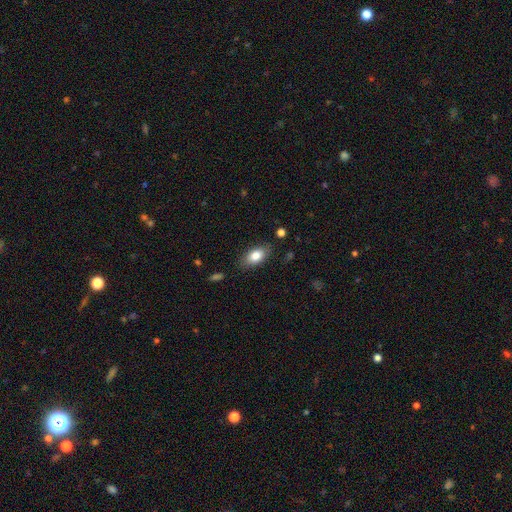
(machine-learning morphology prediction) A smooth galaxy with no disk features (82%) that is in between round and cigar-shaped (90%).

Vote fractions:
- Smooth or featured? smooth: 82% / featured or disk: 11% / star or artifact: 7%
- How rounded? in between: 90% / round: 5% / cigar-shaped: 5%
- Merging? none: 83% / minor disturbance: 13% / major disturbance: 3% / merger: 1%